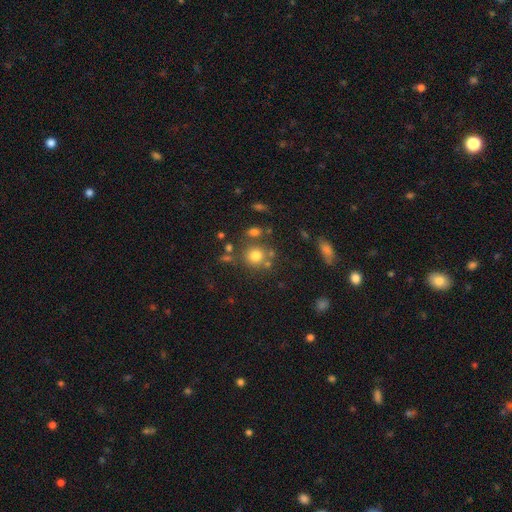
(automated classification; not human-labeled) Morphology: type=smooth (75%); roundness=round (87%); merging=none (70%).